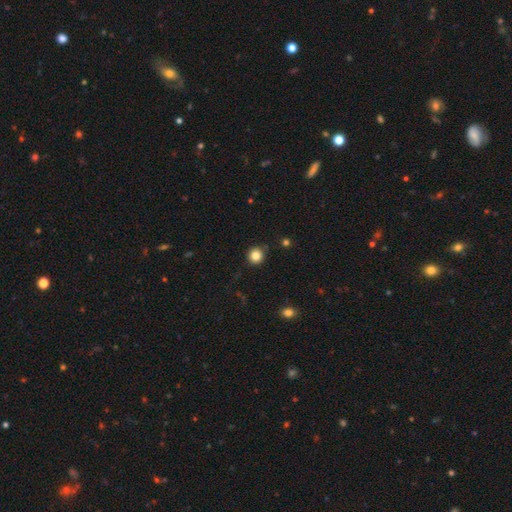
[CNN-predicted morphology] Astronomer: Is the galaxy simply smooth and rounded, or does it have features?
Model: smooth — 84%.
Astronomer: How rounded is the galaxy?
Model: round — 93%.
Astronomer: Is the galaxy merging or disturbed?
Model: none — 88%.